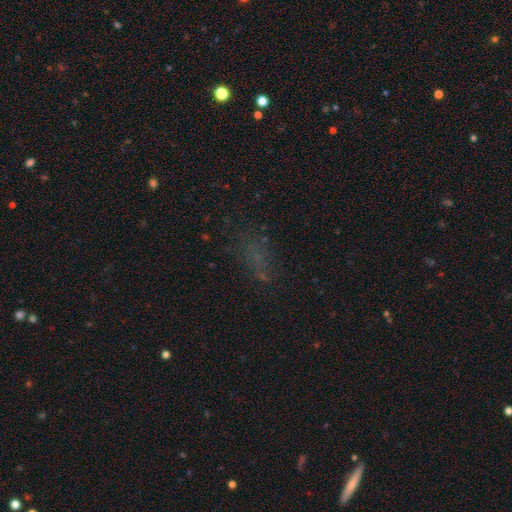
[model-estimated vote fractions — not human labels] smooth 45%, star or artifact 38%, featured or disk 17%. Down the decision tree: merging — none (59%).